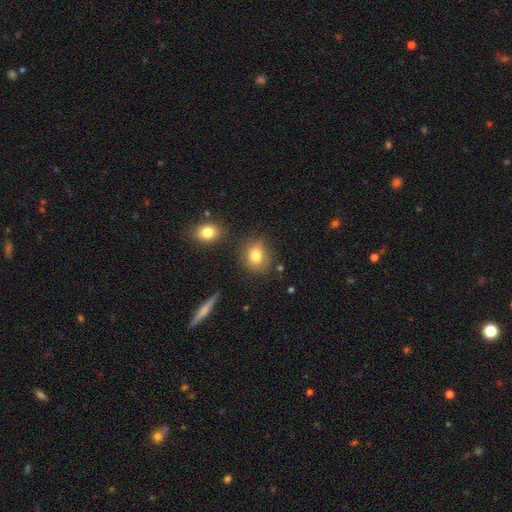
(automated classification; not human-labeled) smooth-or-featured: smooth: 79% | star or artifact: 11% | featured or disk: 10%
  how-rounded: round: 67% | in between: 31% | cigar-shaped: 2%
  merging: none: 77% | minor disturbance: 14% | merger: 5% | major disturbance: 4%